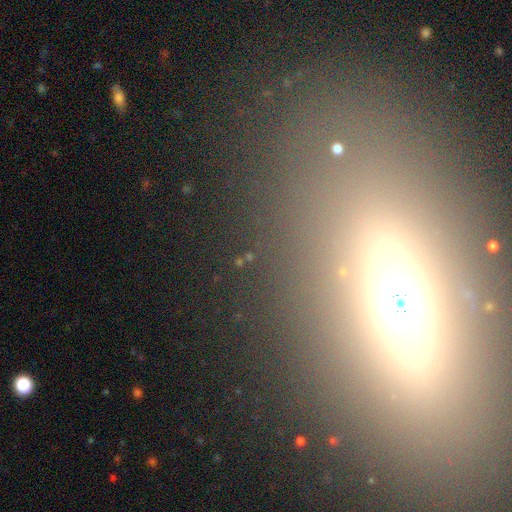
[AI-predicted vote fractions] This appears to be a smooth galaxy with no disk features (39%). Merging: none (82%).